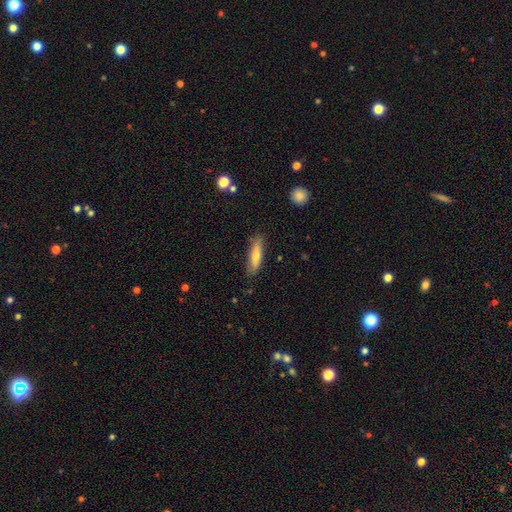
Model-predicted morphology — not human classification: A smooth galaxy with no disk features (62%) that is cigar-shaped (73%). Merging: none (85%).